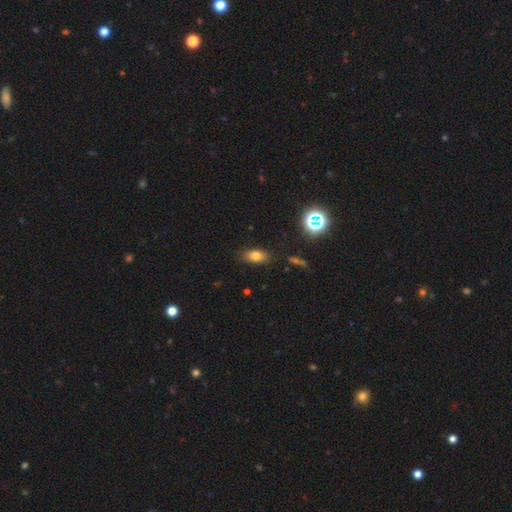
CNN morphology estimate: smooth_or_featured: smooth (p=0.76) [alt: star or artifact p=0.13]
how_rounded: in between (p=0.84) [alt: round p=0.10]
merging: none (p=0.85) [alt: minor disturbance p=0.10]